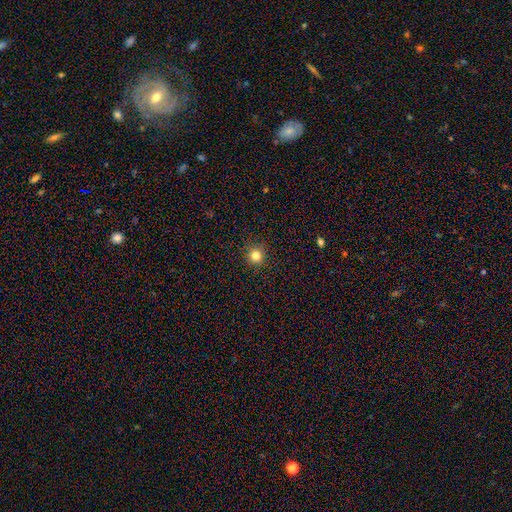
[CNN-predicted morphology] type=smooth (81%); roundness=round (94%); merging=none (91%).